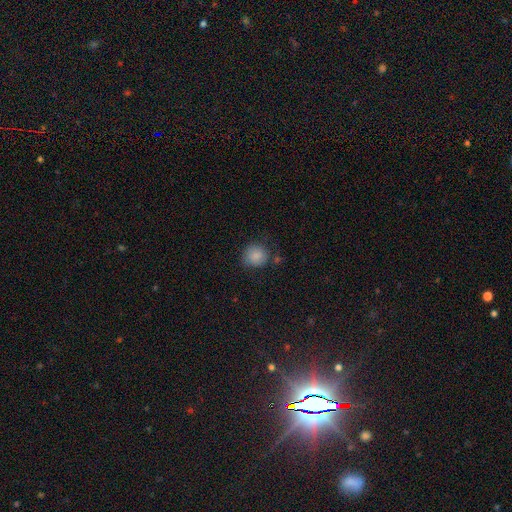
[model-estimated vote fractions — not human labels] A smooth galaxy with no disk features (86%) that is round (88%).

Vote fractions:
- Smooth or featured? smooth: 86% / star or artifact: 8% / featured or disk: 6%
- How rounded? round: 88% / in between: 11% / cigar-shaped: 1%
- Merging? none: 76% / minor disturbance: 16% / major disturbance: 5% / merger: 4%